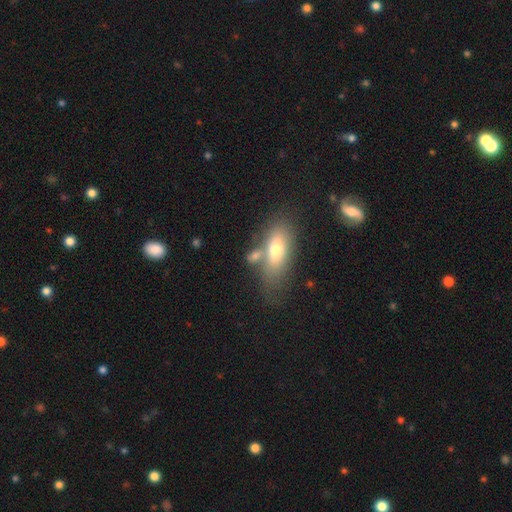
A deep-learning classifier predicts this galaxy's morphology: This appears to be a smooth galaxy with no disk features (67%) that is in between round and cigar-shaped (76%). Merging: none (45%).